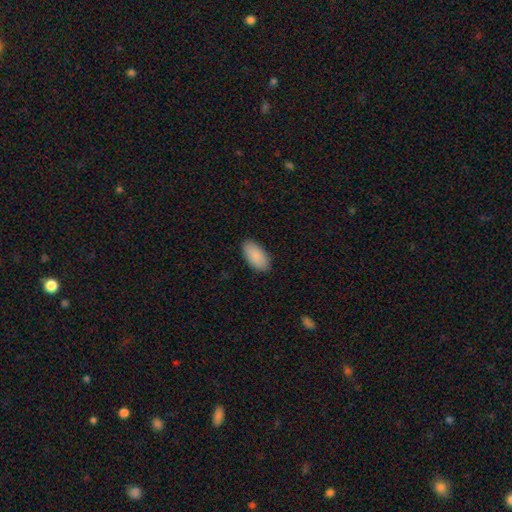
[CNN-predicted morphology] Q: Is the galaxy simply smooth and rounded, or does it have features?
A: smooth — 90%.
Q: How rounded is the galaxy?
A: in between — 95%.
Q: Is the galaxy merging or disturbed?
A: none — 88%.